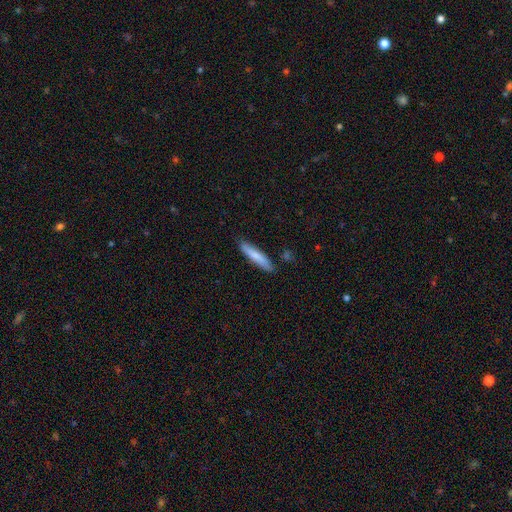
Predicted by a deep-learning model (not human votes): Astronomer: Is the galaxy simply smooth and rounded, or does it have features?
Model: smooth — 77%.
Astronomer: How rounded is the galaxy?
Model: cigar-shaped — 88%.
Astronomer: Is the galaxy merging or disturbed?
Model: none — 84%.